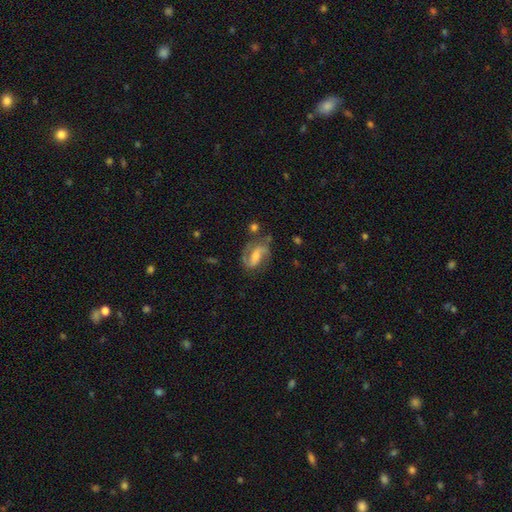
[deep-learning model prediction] This is likely a featured or disk galaxy (80%). It is clearly not viewed edge-on (96%). Bar: marginally weak (44%). Spiral arm pattern: clearly yes (94%). Spiral arm count: clearly 2 (85%). Spiral winding: possibly medium (53%). Central bulge: possibly moderate (47%). Merging: likely none (65%).